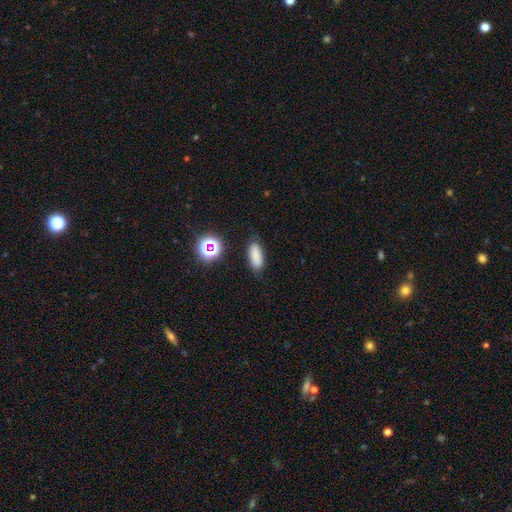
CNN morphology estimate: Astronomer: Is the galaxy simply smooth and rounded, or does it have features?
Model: smooth — 81%.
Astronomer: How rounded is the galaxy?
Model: in between — 77%.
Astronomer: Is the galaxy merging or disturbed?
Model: none — 84%.